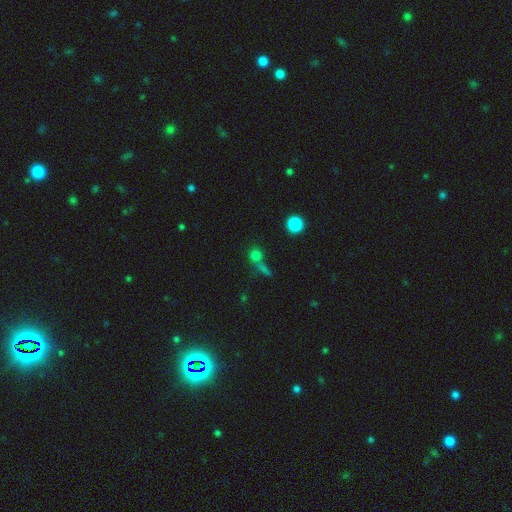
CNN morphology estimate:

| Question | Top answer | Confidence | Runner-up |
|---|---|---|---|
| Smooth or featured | smooth | 70% | star or artifact (20%) |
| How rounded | round | 82% | in between (13%) |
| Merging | none | 49% | merger (33%) |